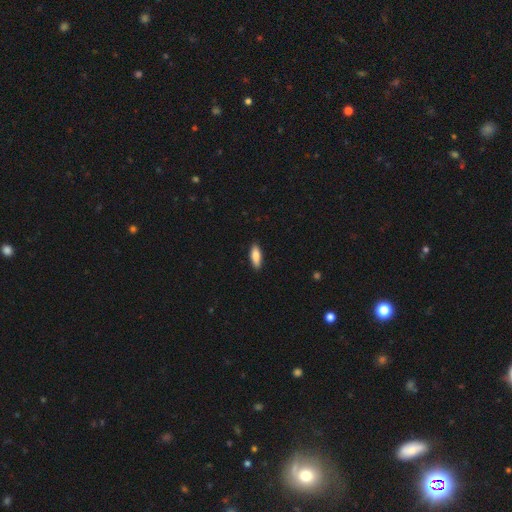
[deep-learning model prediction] smooth 82%, featured or disk 12%, star or artifact 6%. Down the decision tree: how rounded — in between (66%); merging — none (88%).